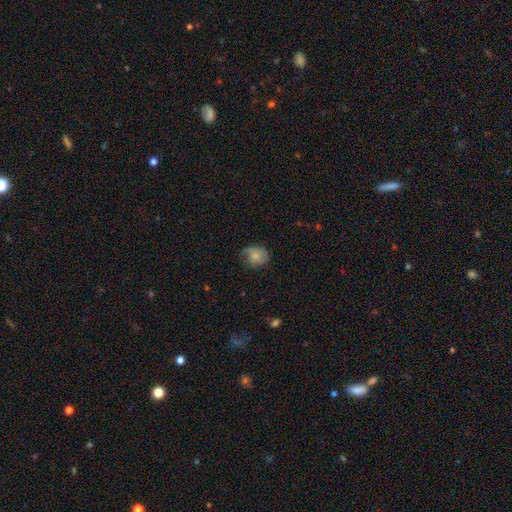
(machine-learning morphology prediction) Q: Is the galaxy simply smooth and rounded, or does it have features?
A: smooth — 69%.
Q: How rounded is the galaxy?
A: round — 61%.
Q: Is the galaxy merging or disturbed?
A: none — 60%.